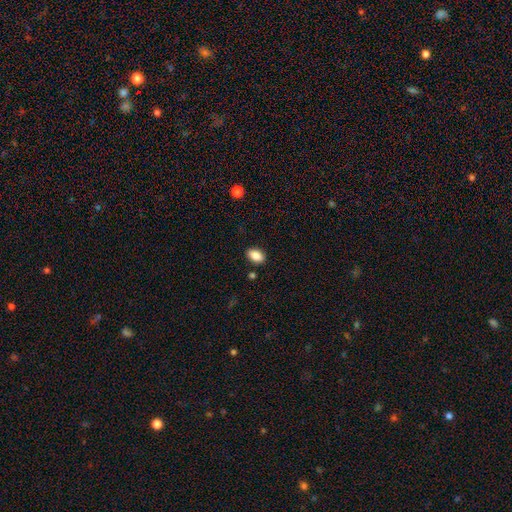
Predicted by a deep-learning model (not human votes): smooth-or-featured: smooth: 87% | star or artifact: 8% | featured or disk: 5%
  how-rounded: in between: 88% | round: 11% | cigar-shaped: 1%
  merging: none: 87% | minor disturbance: 9% | merger: 2% | major disturbance: 2%